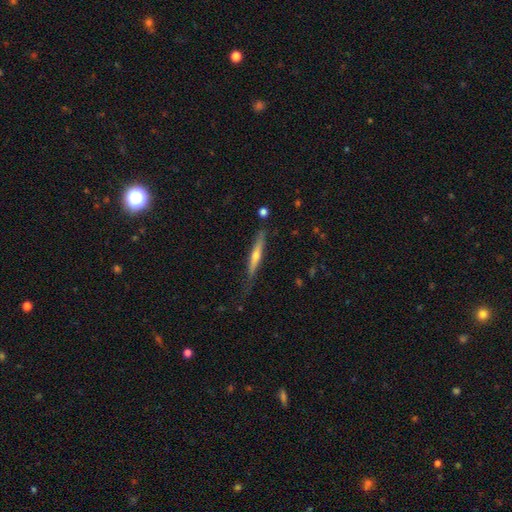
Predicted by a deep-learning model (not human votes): Smooth or featured: featured or disk — 61% (smooth — 33%)
Edge-on disk: yes — 95% (no — 5%)
Edge-on bulge: rounded — 78% (none — 19%)
Merging: none — 74% (minor disturbance — 19%)